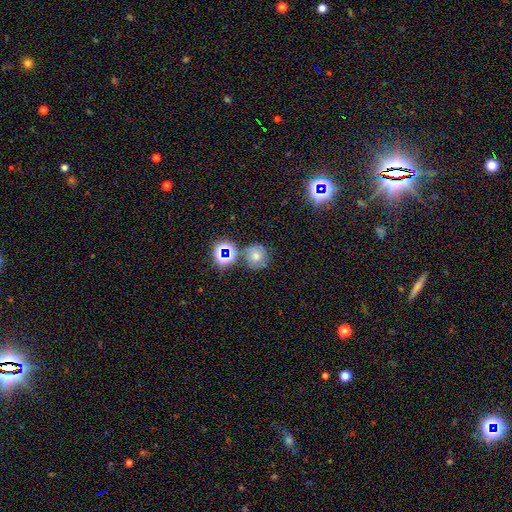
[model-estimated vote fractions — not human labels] smooth-or-featured: smooth: 38% | star or artifact: 35% | featured or disk: 27%
  merging: none: 69% | merger: 13% | minor disturbance: 12% | major disturbance: 6%